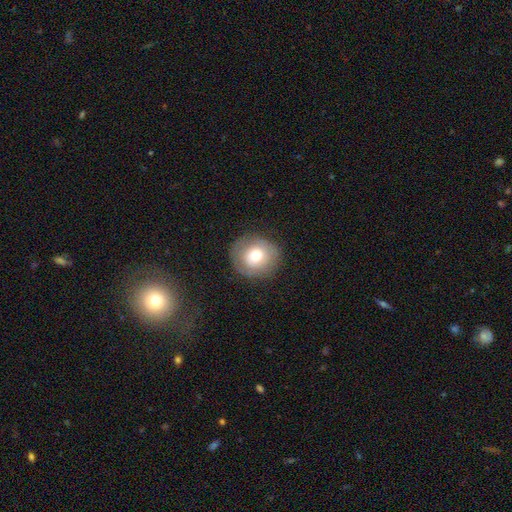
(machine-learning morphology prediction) Overall: smooth (68%). How rounded: round (87%). Merging: none (82%).